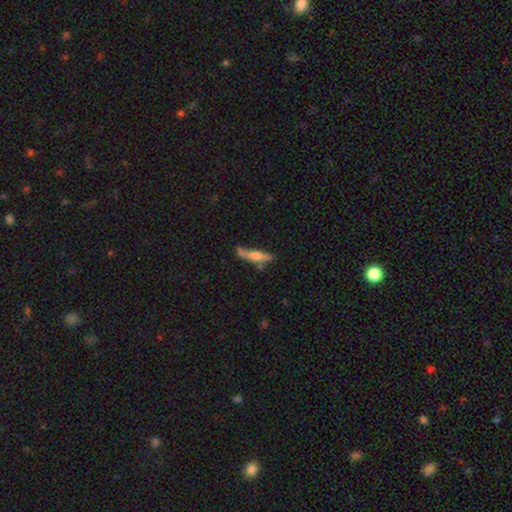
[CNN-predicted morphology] Overall: smooth (49%; featured or disk 45%). Merging: none (57%; minor disturbance 25%).